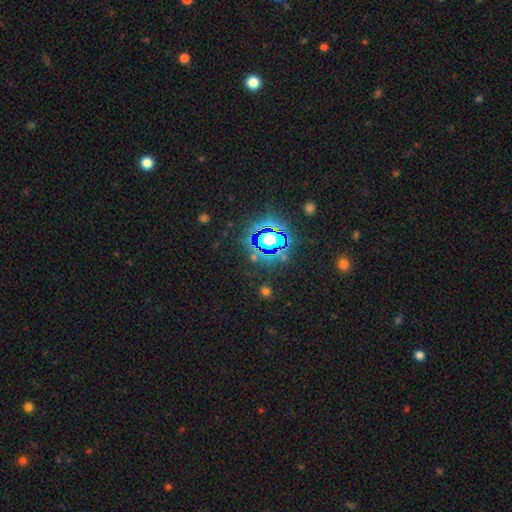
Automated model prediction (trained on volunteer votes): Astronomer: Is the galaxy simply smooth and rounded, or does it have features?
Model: star or artifact — 77%.